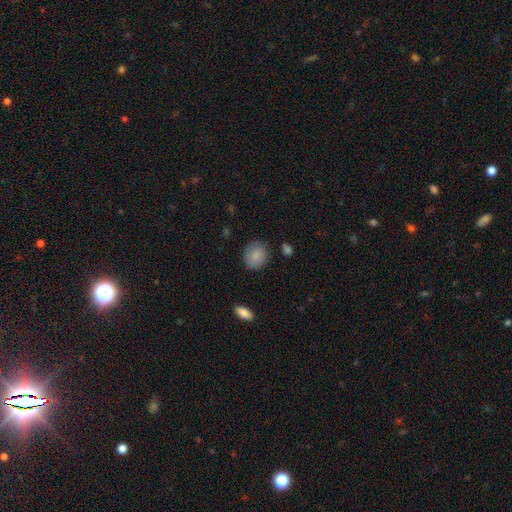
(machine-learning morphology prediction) Q: Smooth or featured?
A: smooth (85%); runner-up: featured or disk (8%)
Q: How rounded?
A: round (70%); runner-up: in between (29%)
Q: Merging?
A: none (79%); runner-up: minor disturbance (15%)